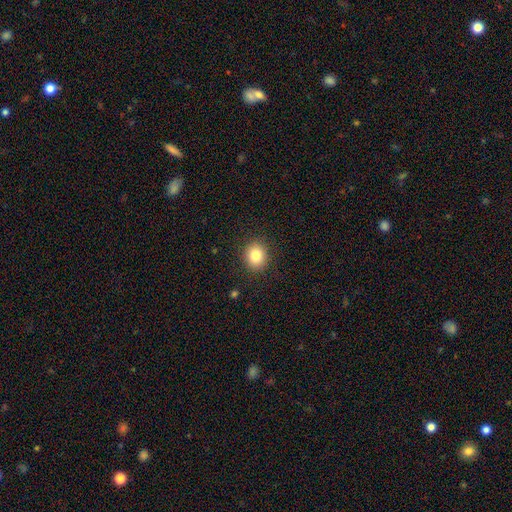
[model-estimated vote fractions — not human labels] smooth_or_featured: smooth (p=0.82) [alt: star or artifact p=0.10]
how_rounded: round (p=0.72) [alt: in between p=0.27]
merging: none (p=0.89) [alt: minor disturbance p=0.07]